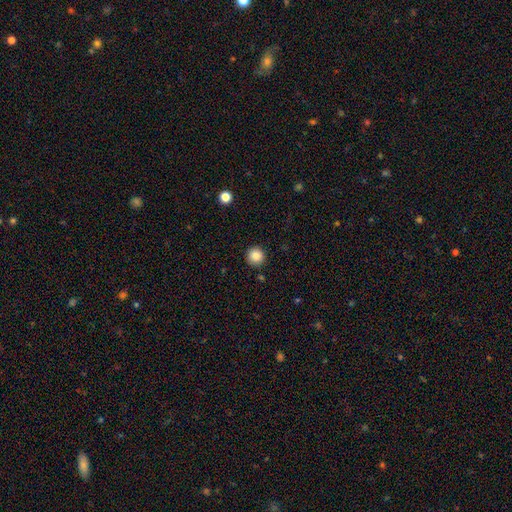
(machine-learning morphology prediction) This appears to be a smooth galaxy with no disk features (87%) that is round (95%). Merging: none (91%).